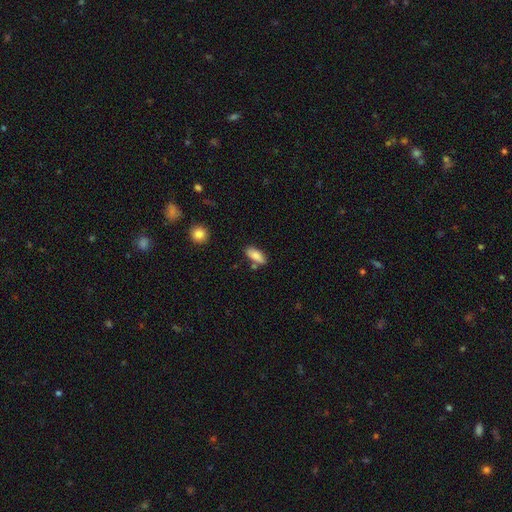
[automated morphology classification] This is clearly a smooth galaxy (86%). How rounded: clearly in between (82%). Merging: likely none (75%).